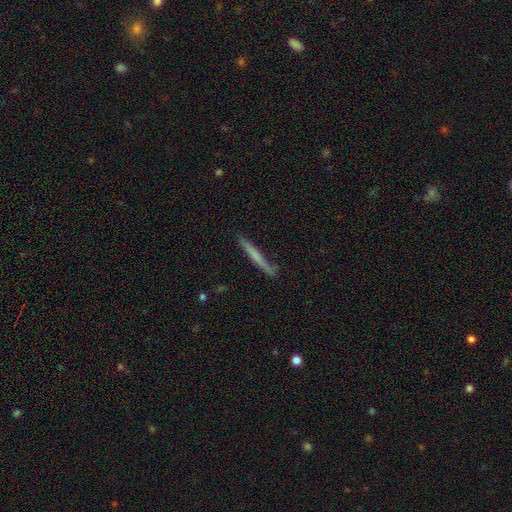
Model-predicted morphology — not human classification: This is possibly a smooth galaxy (56%). How rounded: clearly cigar-shaped (96%). Merging: clearly none (80%).